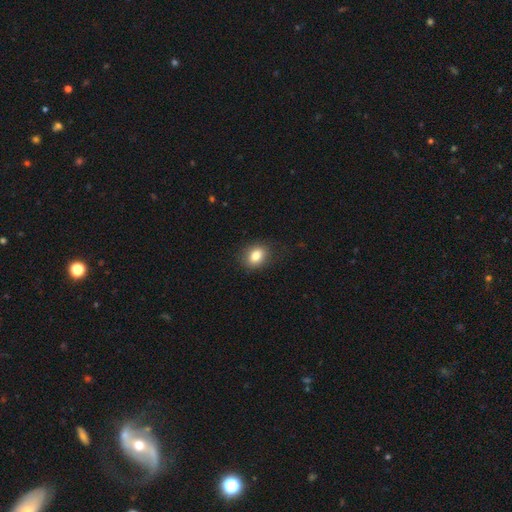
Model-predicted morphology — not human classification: The model was most divided on "how rounded": in between: 59%, round: 39%, cigar-shaped: 1%. More confident: merging — none (84%); smooth or featured — smooth (82%).